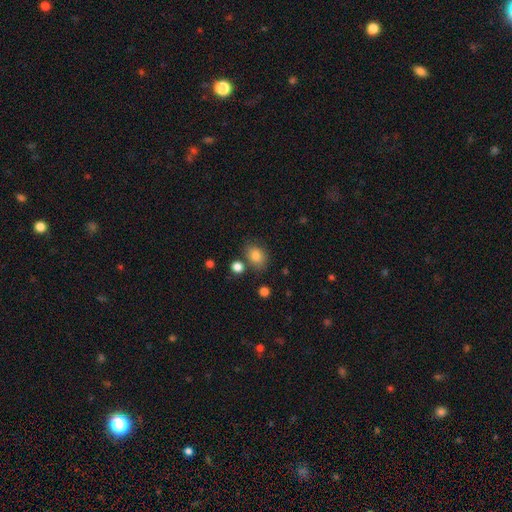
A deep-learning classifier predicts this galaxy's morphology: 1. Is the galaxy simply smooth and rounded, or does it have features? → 83% smooth, 10% star or artifact, 7% featured or disk.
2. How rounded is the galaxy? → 61% in between, 38% round, 1% cigar-shaped.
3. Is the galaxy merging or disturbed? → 72% none, 15% minor disturbance, 8% merger, 5% major disturbance.